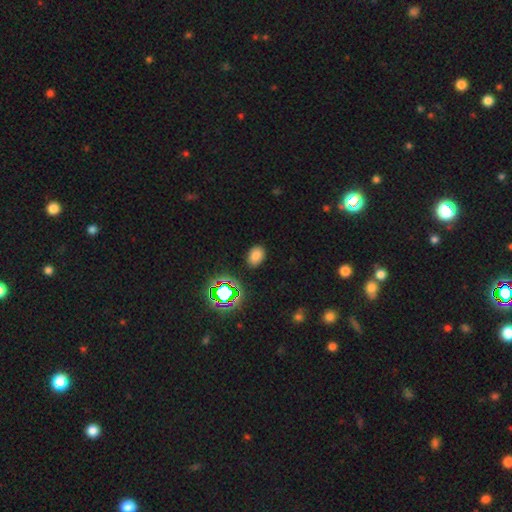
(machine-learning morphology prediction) Smooth or featured? Predicted: smooth (p=0.74). How rounded? Predicted: in between (p=0.77). Merging? Predicted: none (p=0.86).